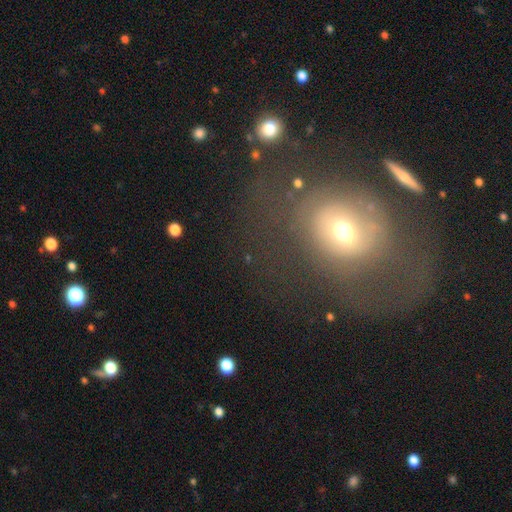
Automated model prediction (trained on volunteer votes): Smooth or featured? smooth (43%)
Merging? none (53%)